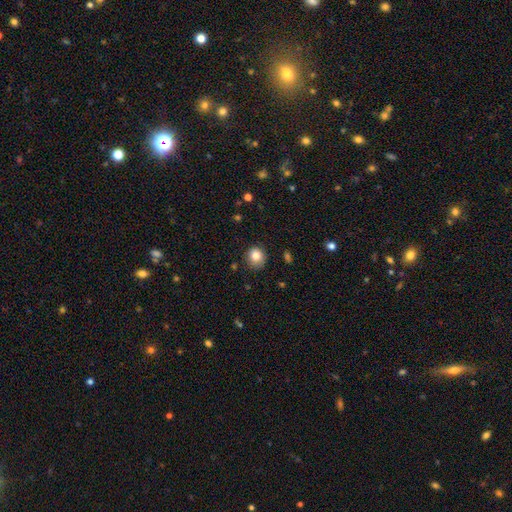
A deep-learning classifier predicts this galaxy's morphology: This appears to be a smooth galaxy with no disk features (82%) that is round (83%). Merging: none (82%).